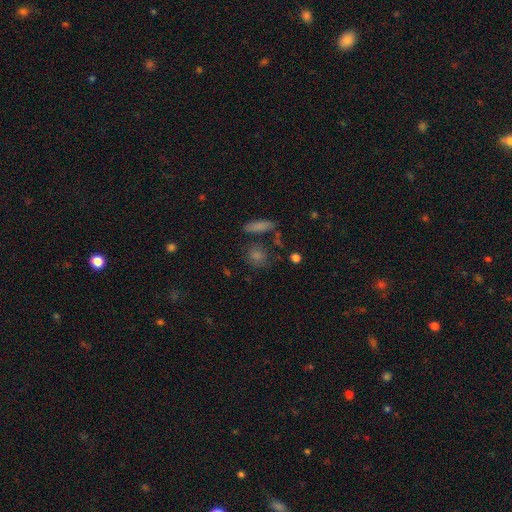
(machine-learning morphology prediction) Smooth or featured: smooth — 65% (star or artifact — 22%)
How rounded: round — 63% (in between — 29%)
Merging: none — 71% (merger — 12%)